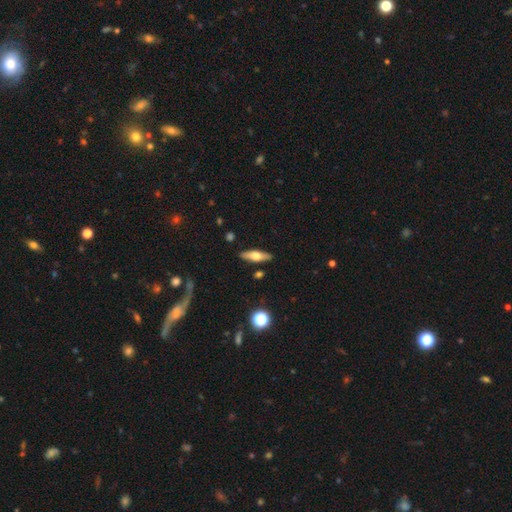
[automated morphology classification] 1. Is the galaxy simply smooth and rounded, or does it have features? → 50% smooth, 44% featured or disk, 7% star or artifact.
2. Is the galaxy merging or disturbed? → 87% none, 9% minor disturbance, 2% major disturbance, 2% merger.